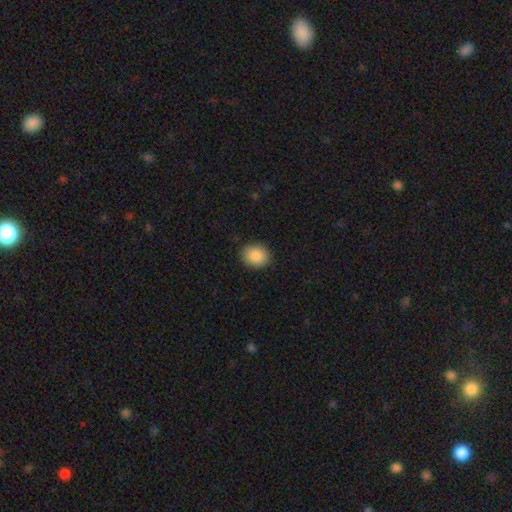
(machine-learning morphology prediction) Smooth or featured? smooth (88%)
How rounded? round (54%)
Merging? none (88%)